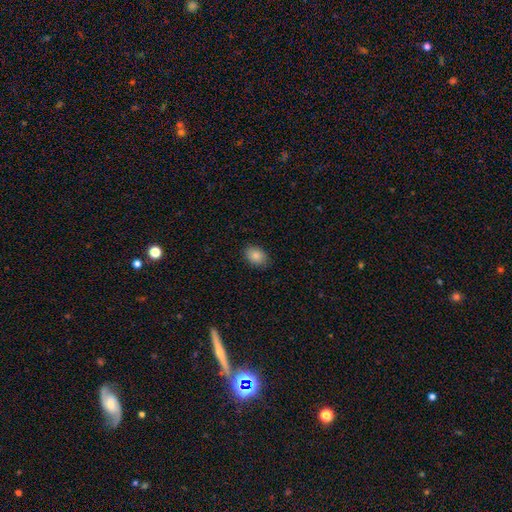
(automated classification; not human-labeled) Q: Smooth or featured?
A: smooth (86%); runner-up: star or artifact (8%)
Q: How rounded?
A: in between (78%); runner-up: round (21%)
Q: Merging?
A: none (87%); runner-up: minor disturbance (10%)